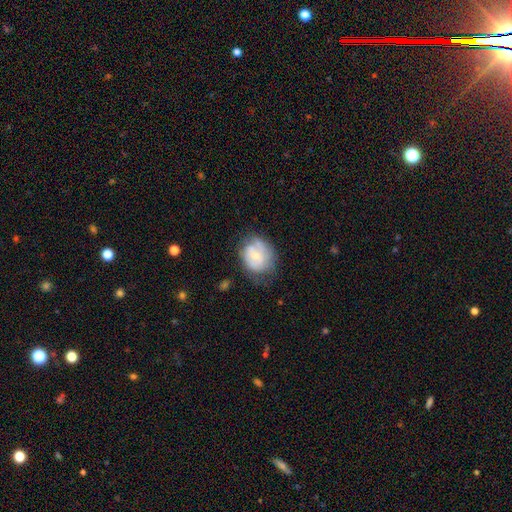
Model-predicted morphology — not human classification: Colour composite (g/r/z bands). It shows a smooth galaxy with no disk features (48%). Merging: none (49%).